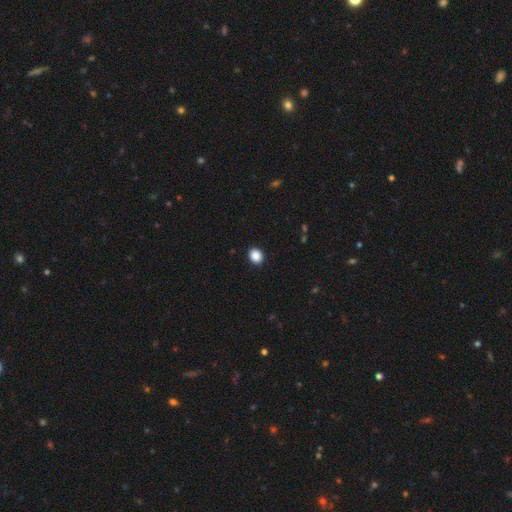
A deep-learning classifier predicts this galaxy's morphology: Smooth or featured: smooth — 88% (star or artifact — 9%)
How rounded: round — 63% (in between — 36%)
Merging: none — 91% (minor disturbance — 6%)